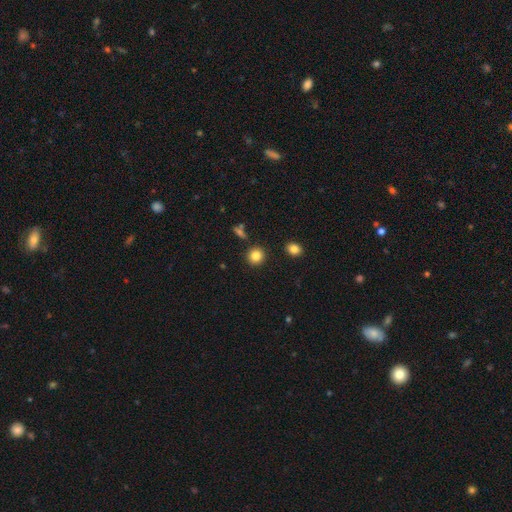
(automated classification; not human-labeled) A smooth galaxy with no disk features (84%) that is round (89%).

Vote fractions:
- Smooth or featured? smooth: 84% / star or artifact: 11% / featured or disk: 6%
- How rounded? round: 89% / in between: 10% / cigar-shaped: 1%
- Merging? none: 88% / minor disturbance: 6% / merger: 3% / major disturbance: 2%